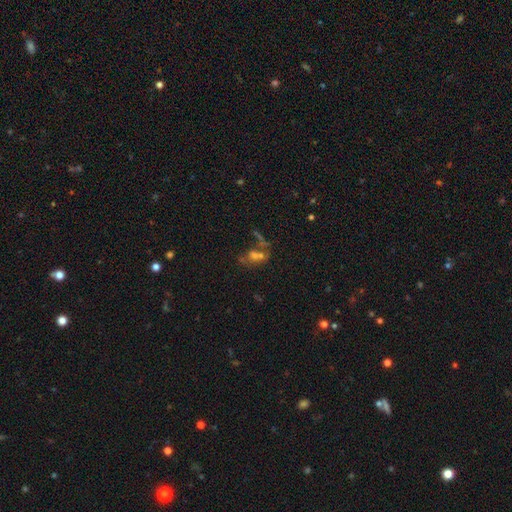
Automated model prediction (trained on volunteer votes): Smooth or featured? smooth (38%)
Merging? merger (39%)